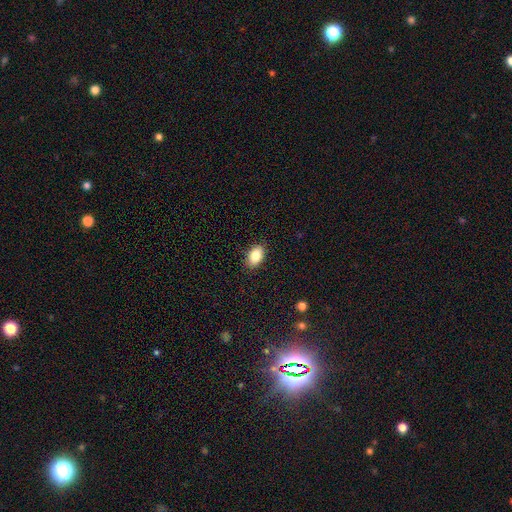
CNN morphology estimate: Smooth or featured?
  - smooth: 85% *
  - star or artifact: 8%
  - featured or disk: 7%
How rounded?
  - in between: 90% *
  - round: 8%
  - cigar-shaped: 2%
Merging?
  - none: 88% *
  - minor disturbance: 9%
  - major disturbance: 2%
  - merger: 1%